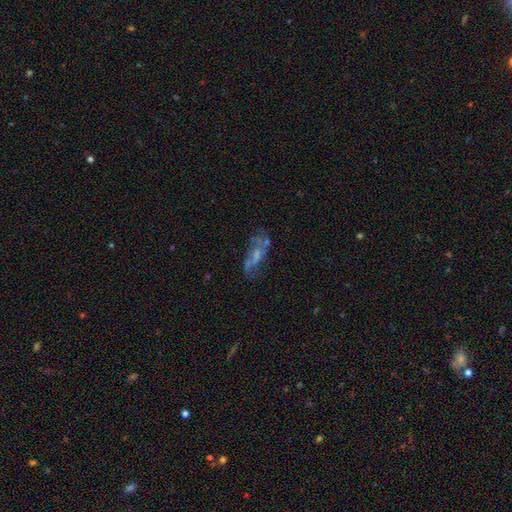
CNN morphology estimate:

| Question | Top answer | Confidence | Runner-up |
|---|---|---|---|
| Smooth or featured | featured or disk | 60% | smooth (27%) |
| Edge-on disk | no | 90% | yes (10%) |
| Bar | no | 56% | weak (34%) |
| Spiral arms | yes | 54% | no (46%) |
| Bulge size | none | 39% | small (33%) |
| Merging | none | 46% | major disturbance (24%) |